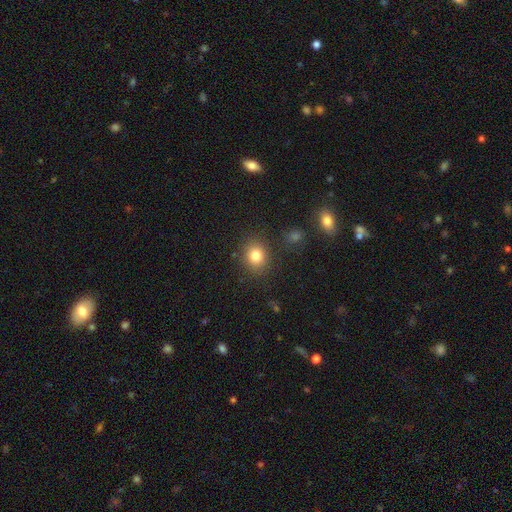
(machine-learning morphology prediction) smooth-or-featured: smooth: 81% | star or artifact: 11% | featured or disk: 7%
  how-rounded: round: 68% | in between: 31% | cigar-shaped: 1%
  merging: none: 84% | minor disturbance: 9% | major disturbance: 3% | merger: 3%